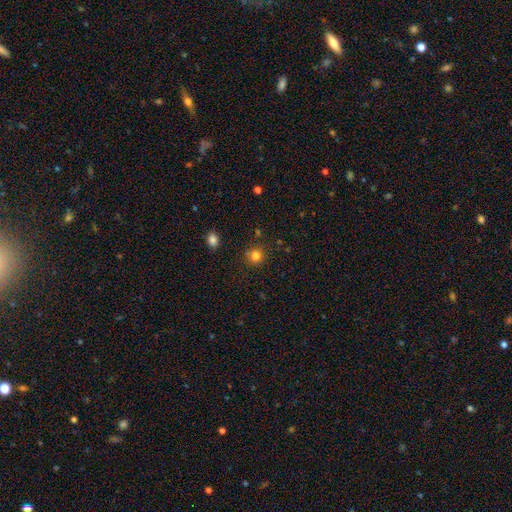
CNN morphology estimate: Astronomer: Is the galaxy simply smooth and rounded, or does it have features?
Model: smooth — 81%.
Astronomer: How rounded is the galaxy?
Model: round — 91%.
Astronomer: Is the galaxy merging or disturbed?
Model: none — 82%.